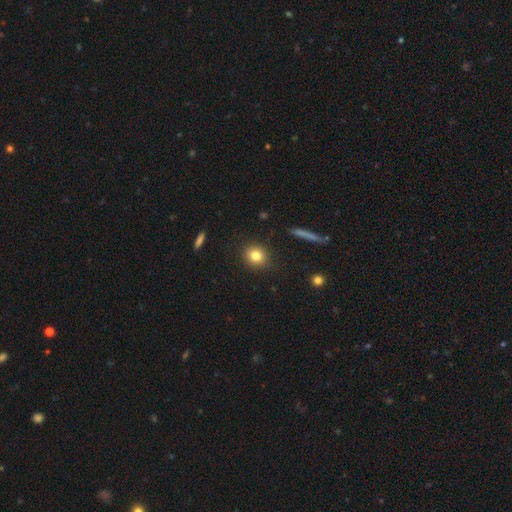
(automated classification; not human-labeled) Smooth or featured?
  - smooth: 82% *
  - star or artifact: 10%
  - featured or disk: 8%
How rounded?
  - round: 83% *
  - in between: 15%
  - cigar-shaped: 2%
Merging?
  - none: 90% *
  - minor disturbance: 7%
  - major disturbance: 2%
  - merger: 1%